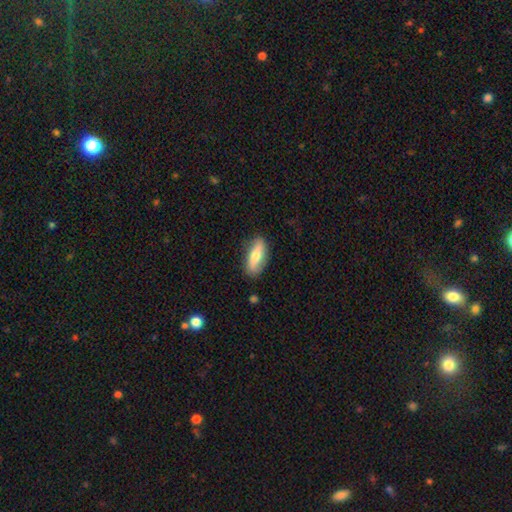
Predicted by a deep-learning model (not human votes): A smooth galaxy with no disk features (63%) that is in between round and cigar-shaped (69%).

Vote fractions:
- Smooth or featured? smooth: 63% / featured or disk: 31% / star or artifact: 6%
- How rounded? in between: 69% / cigar-shaped: 28% / round: 3%
- Merging? none: 84% / minor disturbance: 12% / major disturbance: 2% / merger: 1%